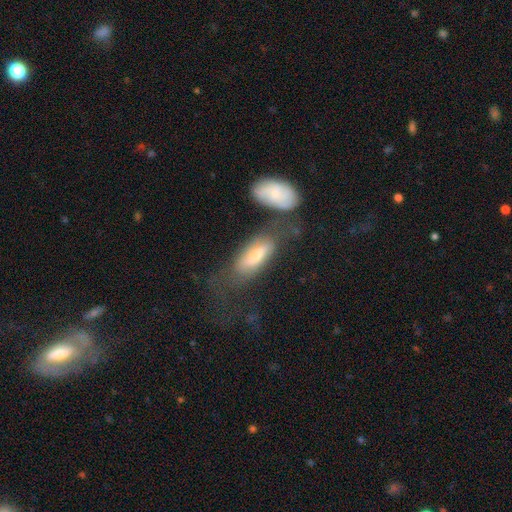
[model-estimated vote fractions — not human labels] The model was most divided on "merging": none: 33%, merger: 25%, major disturbance: 22%, minor disturbance: 20%. More confident: how rounded — in between (74%); smooth or featured — smooth (59%).